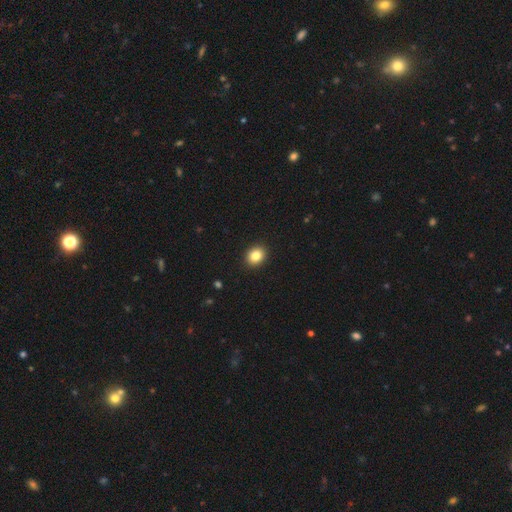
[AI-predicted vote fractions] This appears to be a smooth galaxy with no disk features (84%) that is round (63%). Merging: none (92%).